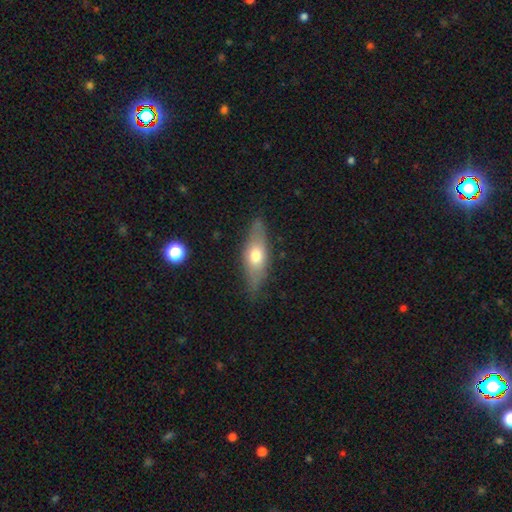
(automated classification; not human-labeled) smooth 58%, featured or disk 36%, star or artifact 7%. Down the decision tree: how rounded — in between (60%); merging — none (79%).